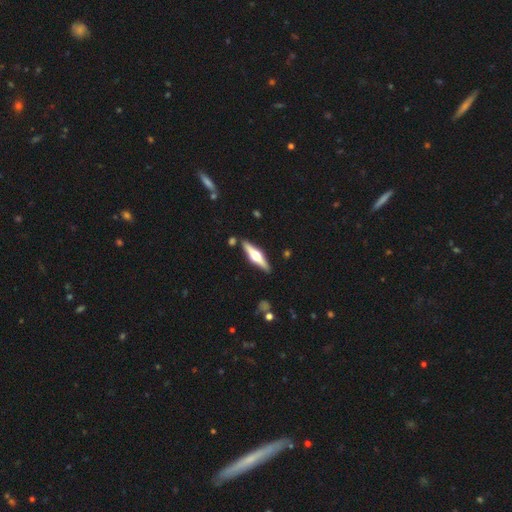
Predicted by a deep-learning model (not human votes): A featured or disk galaxy (72%) viewed edge-on (97%) with a rounded central bulge (95%). Merging: none (88%).